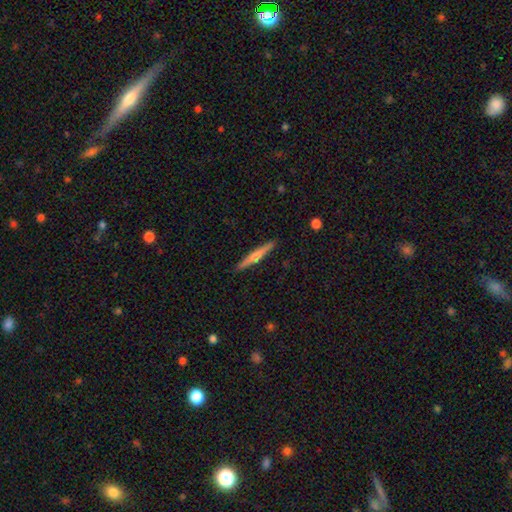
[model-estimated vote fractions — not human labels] Smooth or featured?
  - smooth: 51% *
  - featured or disk: 43%
  - star or artifact: 6%
How rounded?
  - cigar-shaped: 95% *
  - in between: 4%
  - round: 2%
Merging?
  - none: 91% *
  - minor disturbance: 7%
  - major disturbance: 1%
  - merger: 1%